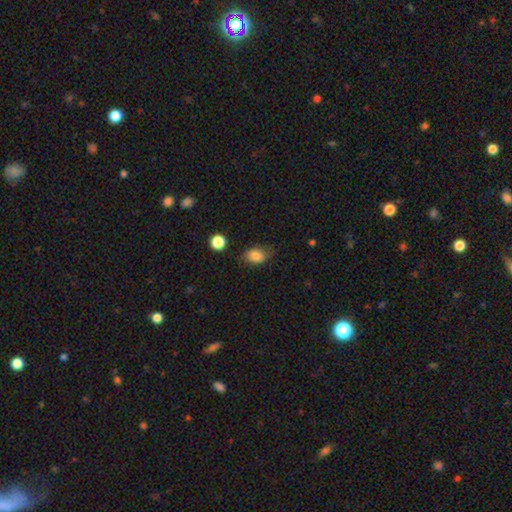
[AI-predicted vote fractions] Morphology: type=smooth (83%); roundness=in between (73%); merging=none (70%).